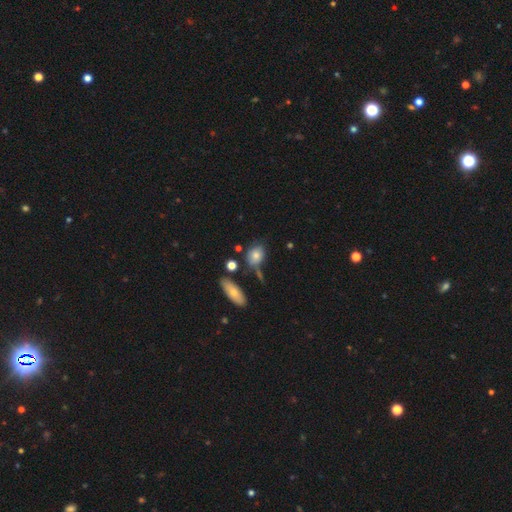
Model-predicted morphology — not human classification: A smooth galaxy with no disk features (74%) that is in between round and cigar-shaped (70%). Merging: none (54%).